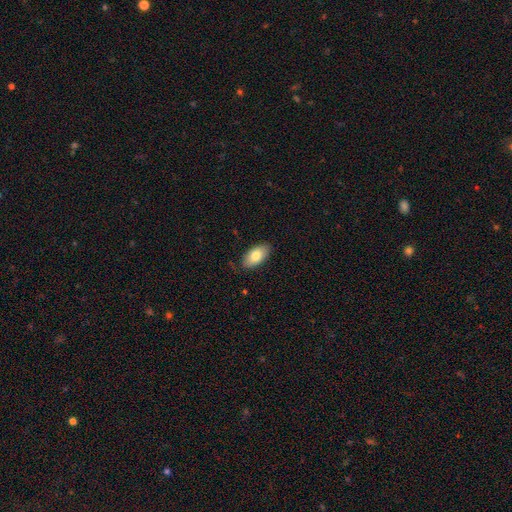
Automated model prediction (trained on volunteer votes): The model was most divided on "smooth or featured": smooth: 79%, featured or disk: 14%, star or artifact: 7%. More confident: how rounded — in between (94%); merging — none (84%).